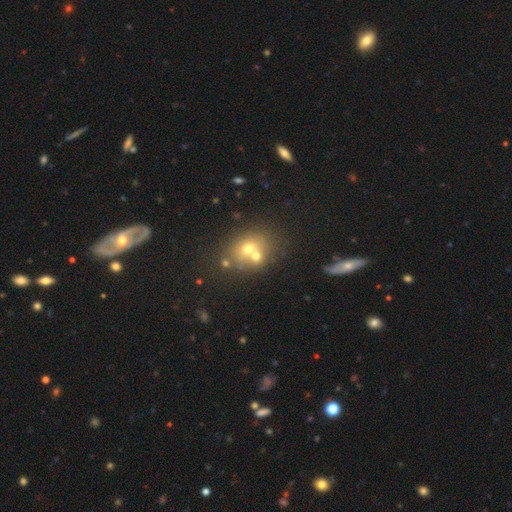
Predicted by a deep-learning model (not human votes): smooth 59%, featured or disk 26%, star or artifact 15%. Down the decision tree: how rounded — round (56%); merging — merger (49%).